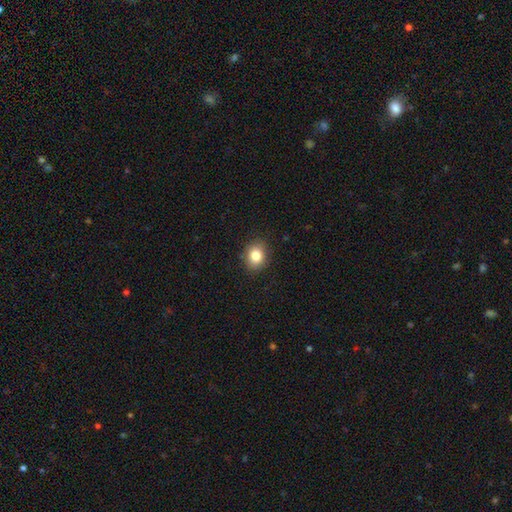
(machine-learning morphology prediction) smooth 83%, star or artifact 9%, featured or disk 7%. Down the decision tree: how rounded — in between (50%); merging — none (86%).